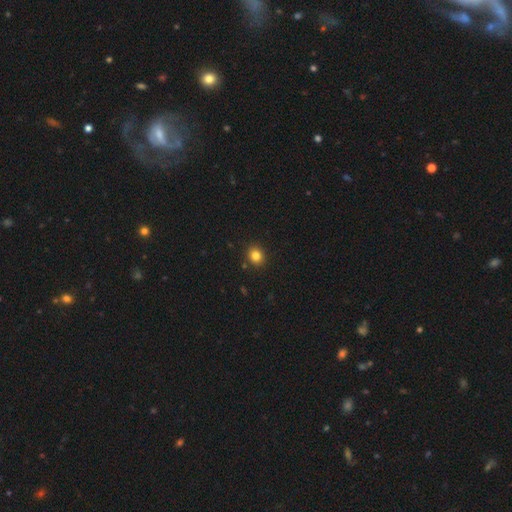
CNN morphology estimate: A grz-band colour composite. It shows a smooth galaxy with no disk features (82%) that is round (75%). Merging: none (90%).